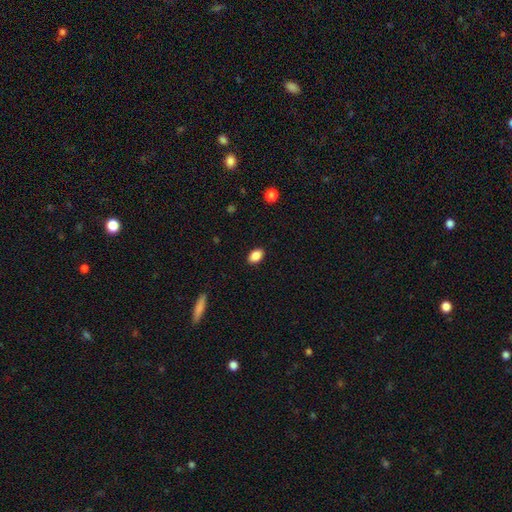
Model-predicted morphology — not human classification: Smooth or featured: smooth — 88% (star or artifact — 8%)
How rounded: in between — 87% (round — 12%)
Merging: none — 89% (minor disturbance — 8%)